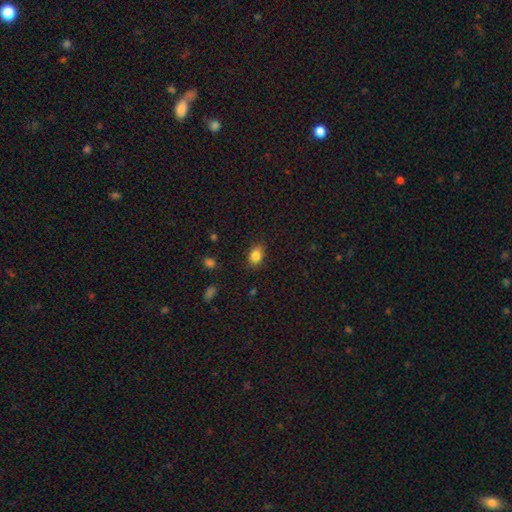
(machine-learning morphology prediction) A smooth galaxy with no disk features (85%) that is in between round and cigar-shaped (71%). Merging: none (84%).